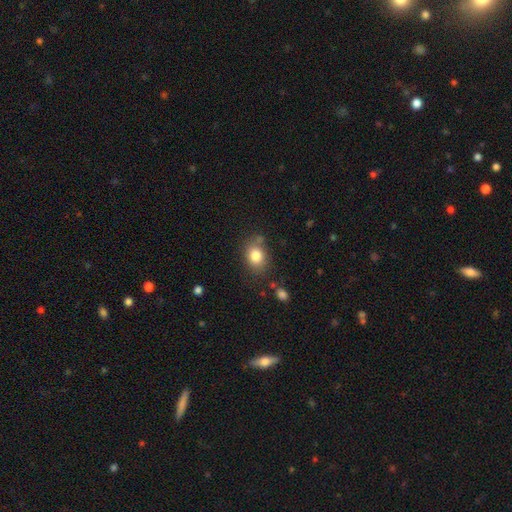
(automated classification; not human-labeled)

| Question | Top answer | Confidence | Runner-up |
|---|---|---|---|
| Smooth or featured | smooth | 82% | star or artifact (9%) |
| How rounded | in between | 60% | round (39%) |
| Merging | none | 72% | minor disturbance (17%) |